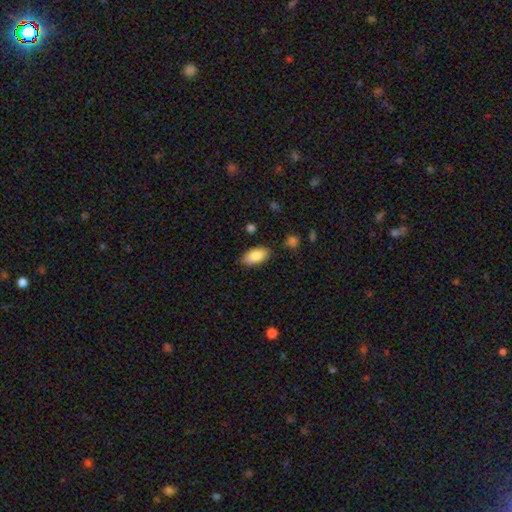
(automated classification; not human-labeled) A smooth galaxy with no disk features (86%) that is in between round and cigar-shaped (94%). Merging: none (83%).